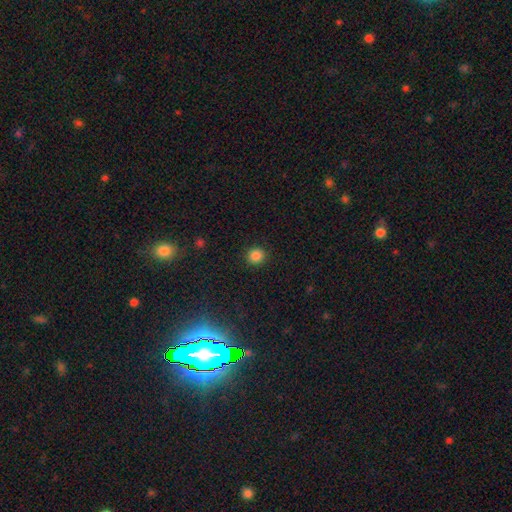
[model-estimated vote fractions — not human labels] Smooth or featured: smooth — 85% (star or artifact — 12%)
How rounded: round — 91% (in between — 9%)
Merging: none — 91% (minor disturbance — 6%)